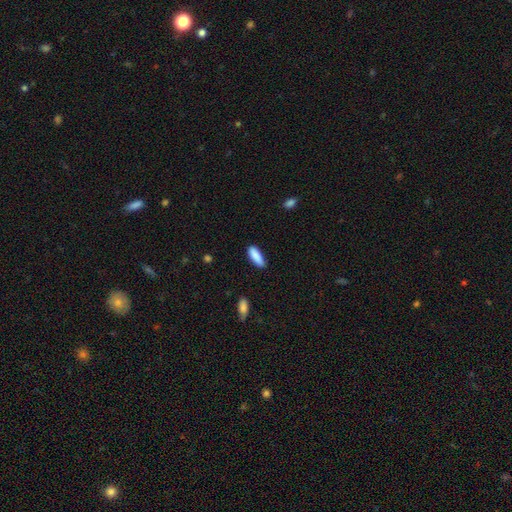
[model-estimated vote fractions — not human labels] smooth 88%, star or artifact 6%, featured or disk 5%. Down the decision tree: how rounded — in between (57%); merging — none (79%).